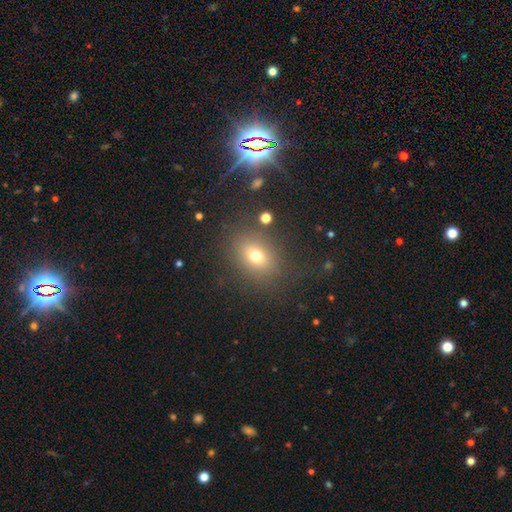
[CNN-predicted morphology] A smooth galaxy with no disk features (70%) that is in between round and cigar-shaped (57%).

Vote fractions:
- Smooth or featured? smooth: 70% / star or artifact: 16% / featured or disk: 14%
- How rounded? in between: 57% / round: 41% / cigar-shaped: 1%
- Merging? none: 79% / minor disturbance: 11% / major disturbance: 7% / merger: 3%